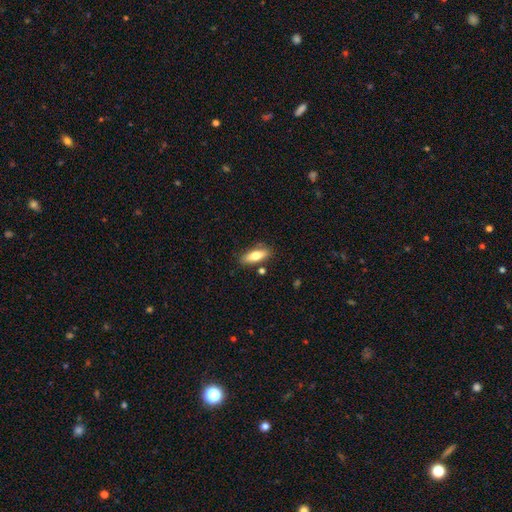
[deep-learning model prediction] smooth 72%, featured or disk 22%, star or artifact 6%. Down the decision tree: how rounded — in between (67%); merging — none (81%).